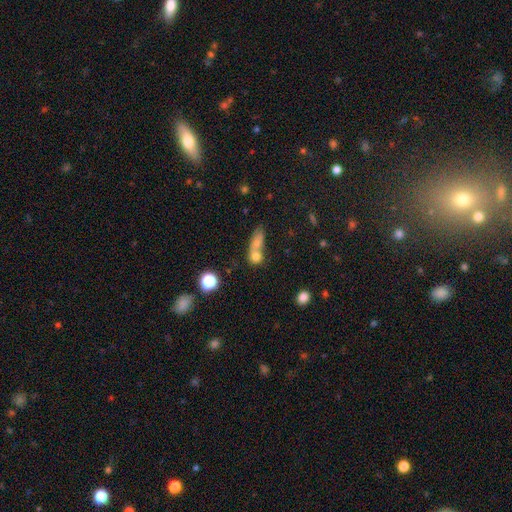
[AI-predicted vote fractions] The model was most divided on "how rounded": round: 49%, in between: 41%, cigar-shaped: 10%. More confident: smooth or featured — smooth (71%); merging — merger (60%).